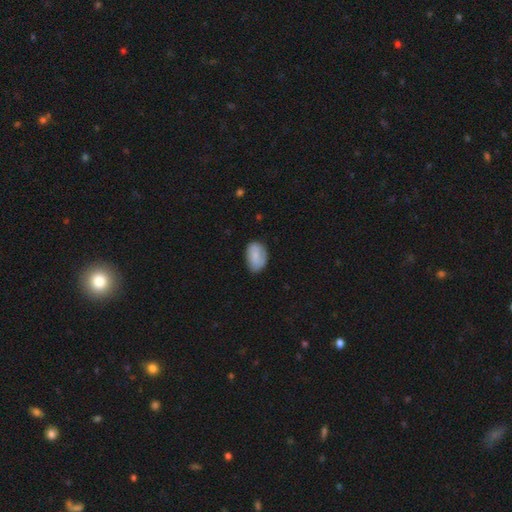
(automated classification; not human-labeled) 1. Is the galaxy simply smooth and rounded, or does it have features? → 74% smooth, 19% featured or disk, 7% star or artifact.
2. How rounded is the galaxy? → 88% in between, 11% round, 1% cigar-shaped.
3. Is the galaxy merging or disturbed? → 71% none, 23% minor disturbance, 5% major disturbance, 1% merger.